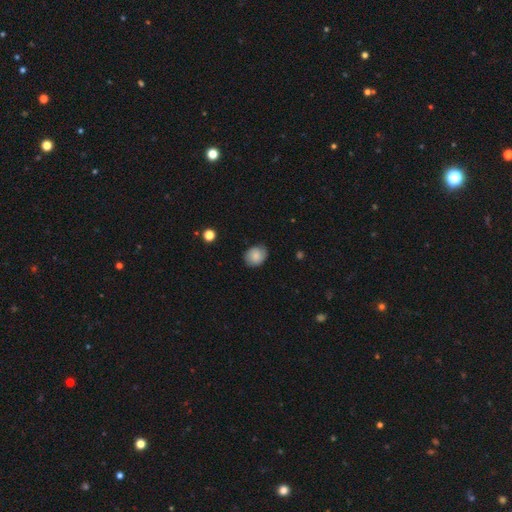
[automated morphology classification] A smooth galaxy with no disk features (78%) that is round (56%). Merging: none (77%).